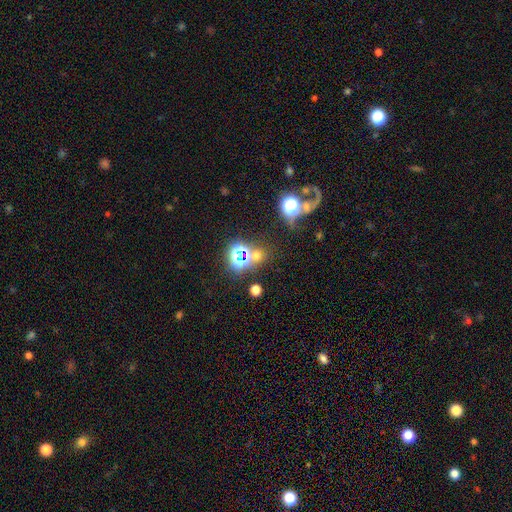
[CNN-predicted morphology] smooth-or-featured: star or artifact: 48% | smooth: 43% | featured or disk: 9%